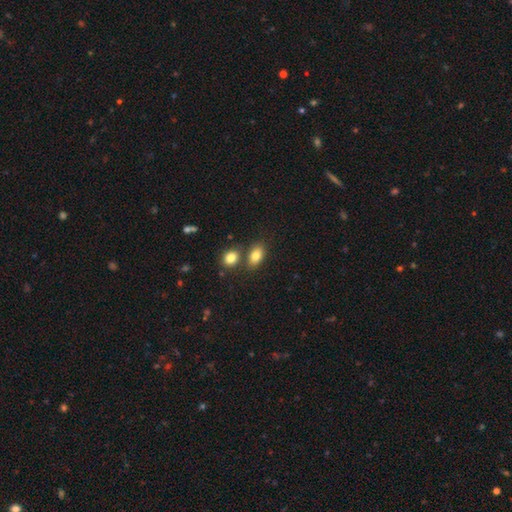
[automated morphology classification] type=smooth (82%); roundness=in between (85%); merging=none (65%).